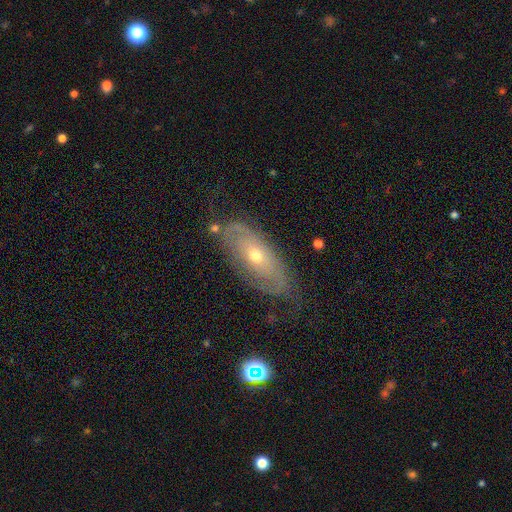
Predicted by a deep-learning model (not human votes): A featured or disk galaxy (71%) with no bar (82%), spiral arms (72%) and a moderate central bulge (54%). Merging: none (65%).